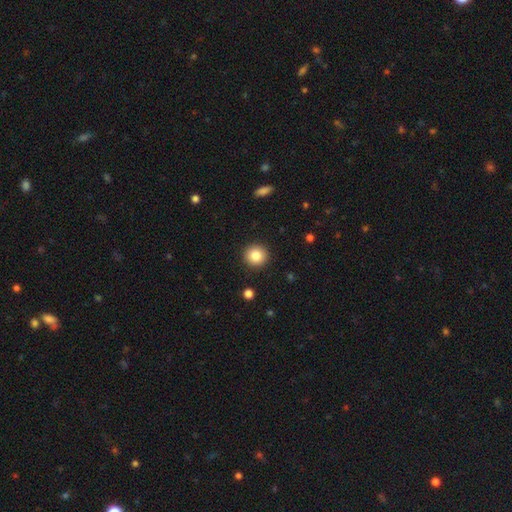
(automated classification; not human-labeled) Smooth or featured? smooth (84%)
How rounded? round (94%)
Merging? none (92%)